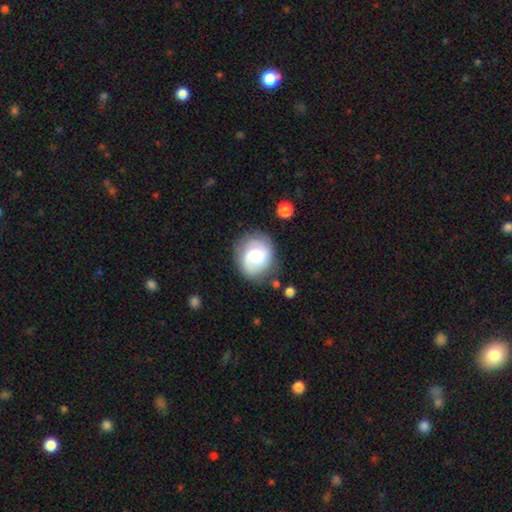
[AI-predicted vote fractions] Overall: featured or disk (52%; smooth 41%). Edge-on disk: no (98%). Bar: no (57%; weak 37%). Spiral arms: yes (87%). Bulge size: moderate (46%; large 24%). Merging: none (75%).